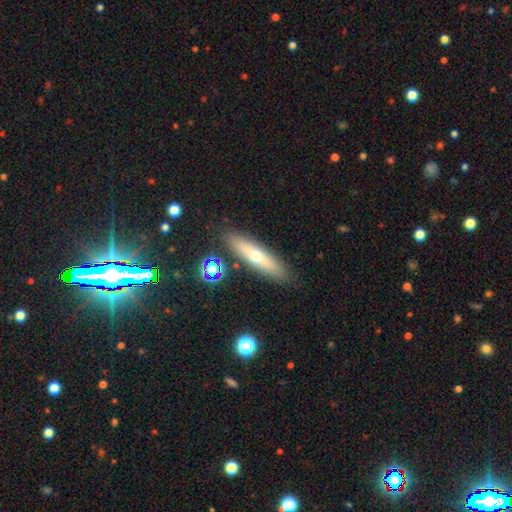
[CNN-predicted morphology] Smooth or featured? smooth (50%)
How rounded? cigar-shaped (76%)
Merging? none (88%)